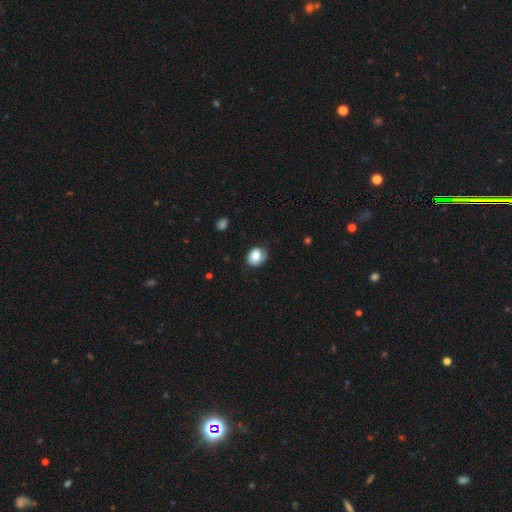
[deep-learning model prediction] A smooth galaxy with no disk features (78%) that is round (57%).

Vote fractions:
- Smooth or featured? smooth: 78% / featured or disk: 14% / star or artifact: 8%
- How rounded? round: 57% / in between: 42% / cigar-shaped: 1%
- Merging? none: 67% / minor disturbance: 25% / major disturbance: 6% / merger: 1%